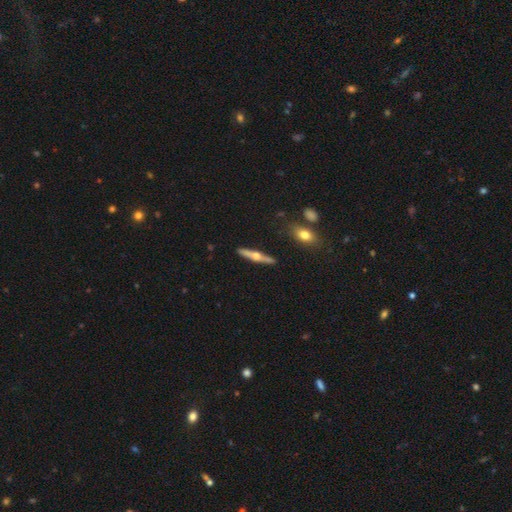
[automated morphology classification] A featured or disk galaxy (69%) viewed edge-on (97%) with a rounded central bulge (94%). Merging: none (89%).